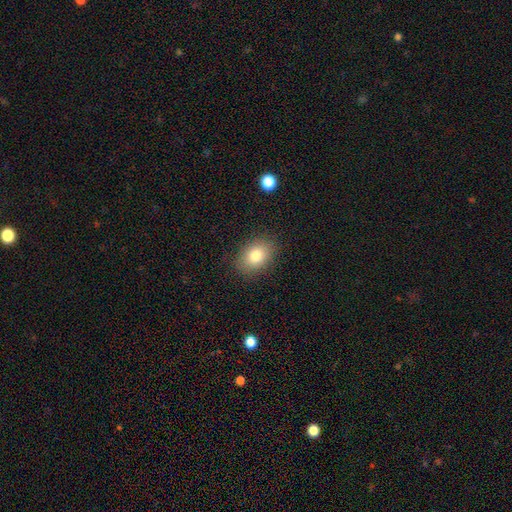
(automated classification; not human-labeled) Morphology: type=smooth (80%); roundness=in between (76%); merging=none (86%).